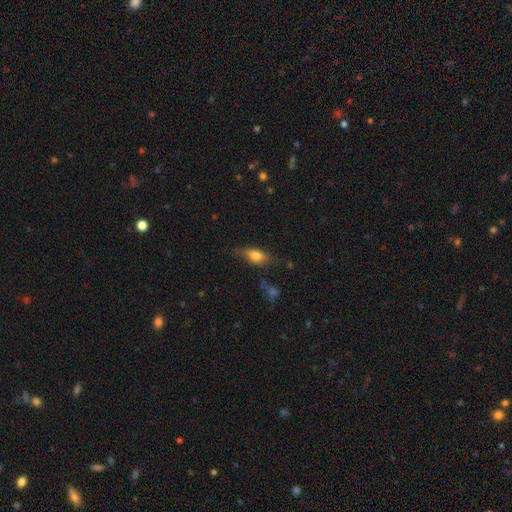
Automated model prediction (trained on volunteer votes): A smooth galaxy with no disk features (64%) that is in between round and cigar-shaped (72%). Merging: none (65%).